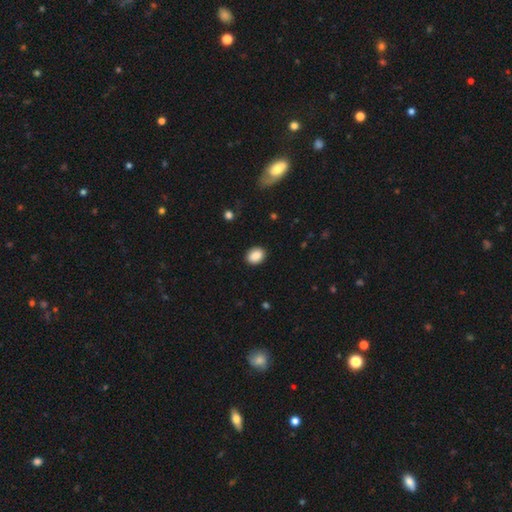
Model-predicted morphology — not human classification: This appears to be a smooth galaxy with no disk features (89%) that is in between round and cigar-shaped (59%). Merging: none (90%).